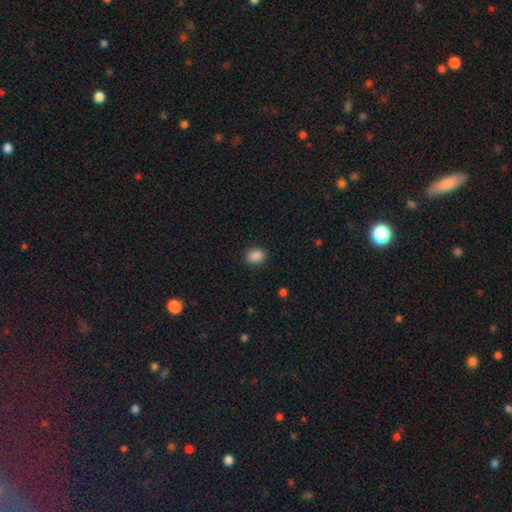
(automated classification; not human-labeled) The model was most divided on "how rounded": in between: 54%, round: 45%, cigar-shaped: 1%. More confident: merging — none (89%); smooth or featured — smooth (88%).